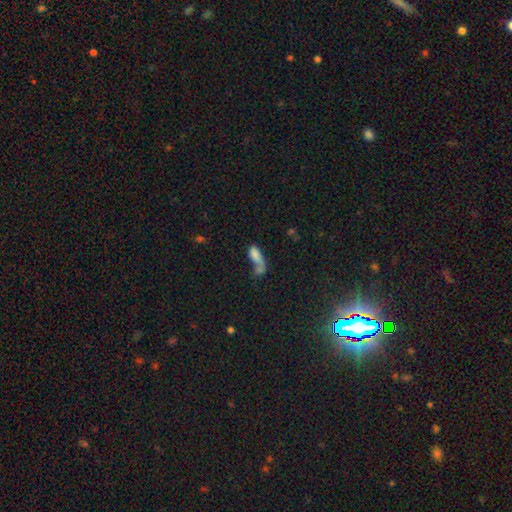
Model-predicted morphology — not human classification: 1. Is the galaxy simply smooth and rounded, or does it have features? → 73% smooth, 15% featured or disk, 12% star or artifact.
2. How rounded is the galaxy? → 70% in between, 24% cigar-shaped, 5% round.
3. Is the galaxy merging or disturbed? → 53% merger, 19% none, 17% major disturbance, 12% minor disturbance.